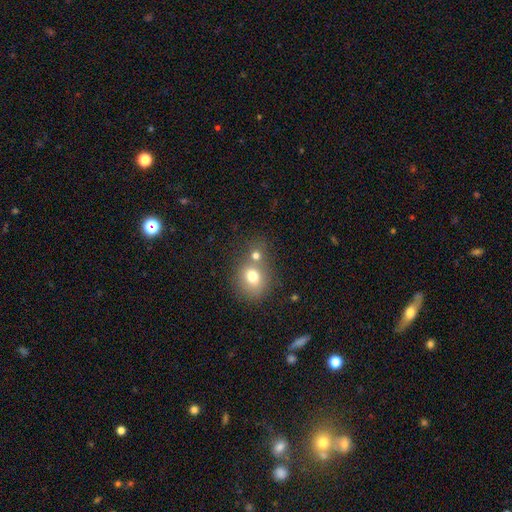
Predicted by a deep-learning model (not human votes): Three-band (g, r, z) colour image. It shows a smooth galaxy with no disk features (73%) that is round (71%). Merging: none (44%).